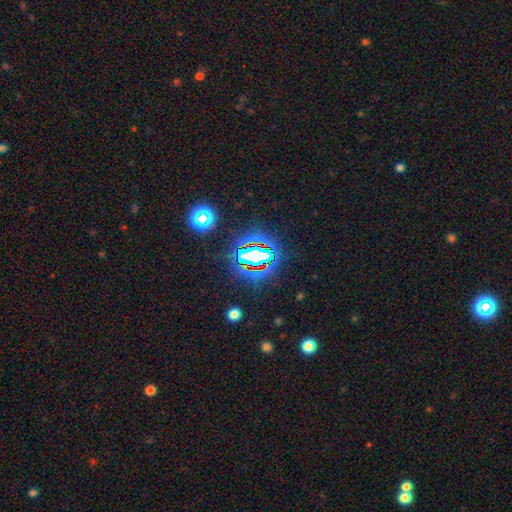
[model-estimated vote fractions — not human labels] star or artifact 69%, smooth 18%, featured or disk 13%.